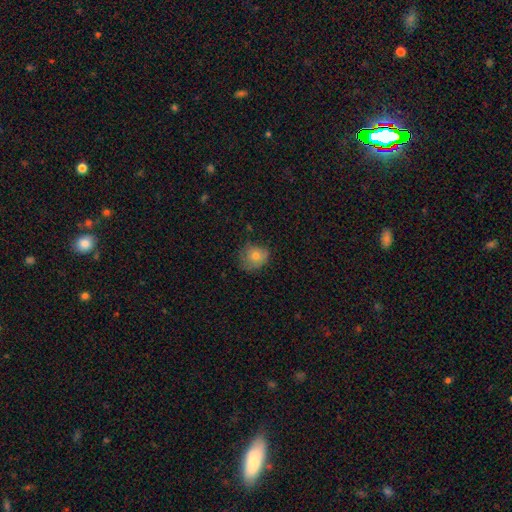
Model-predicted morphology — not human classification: Overall: smooth (77%). How rounded: round (78%). Merging: none (65%; minor disturbance 26%).